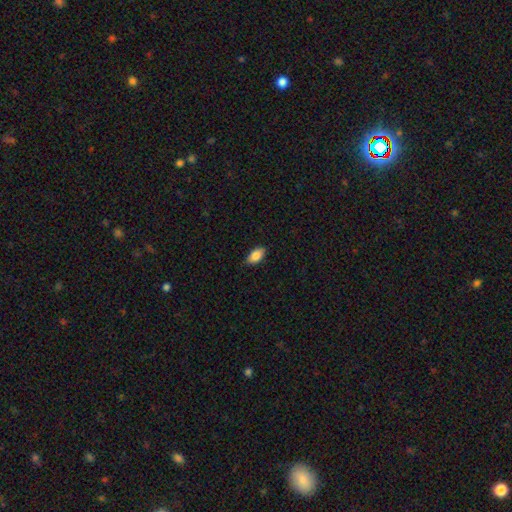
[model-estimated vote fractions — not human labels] smooth 86%, star or artifact 7%, featured or disk 7%. Down the decision tree: how rounded — in between (93%); merging — none (85%).